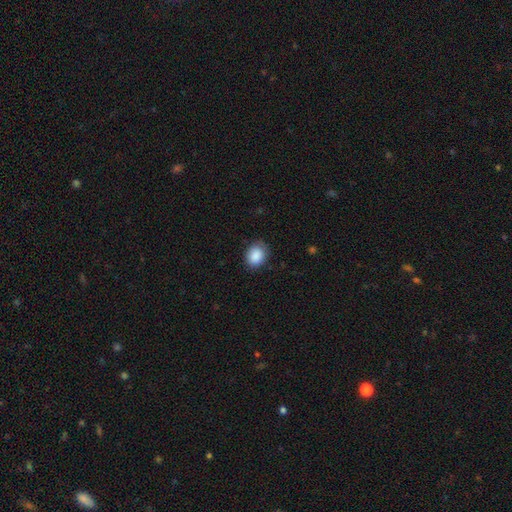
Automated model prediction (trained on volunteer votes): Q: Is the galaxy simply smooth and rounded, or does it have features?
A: smooth — 89%.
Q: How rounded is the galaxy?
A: in between — 54%.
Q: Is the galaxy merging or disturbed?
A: none — 79%.